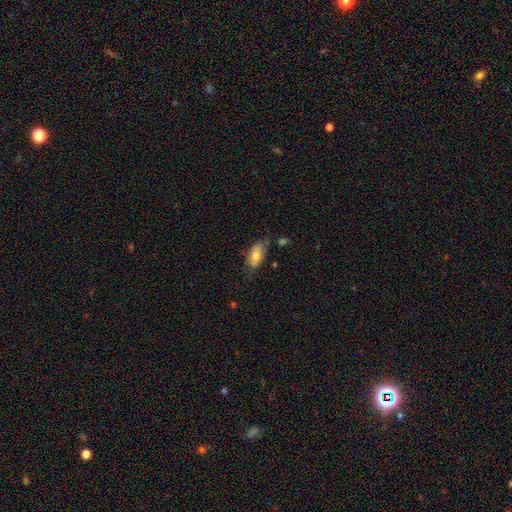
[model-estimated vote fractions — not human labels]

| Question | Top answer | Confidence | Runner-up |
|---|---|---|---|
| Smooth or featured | smooth | 63% | featured or disk (30%) |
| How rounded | in between | 91% | cigar-shaped (5%) |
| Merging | none | 53% | minor disturbance (32%) |